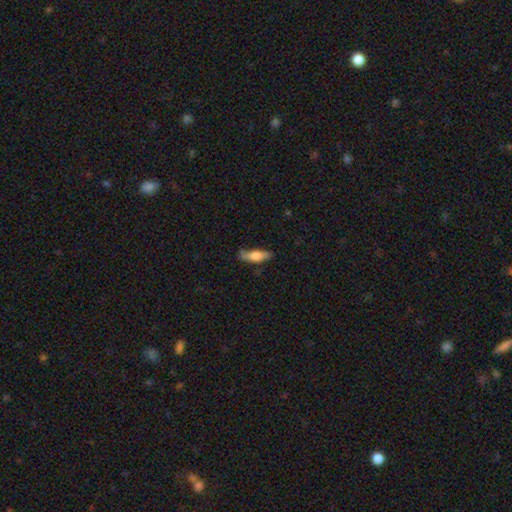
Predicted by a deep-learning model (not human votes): The model was most divided on "how rounded": cigar-shaped: 50%, in between: 47%, round: 2%. More confident: merging — none (69%); smooth or featured — smooth (65%).